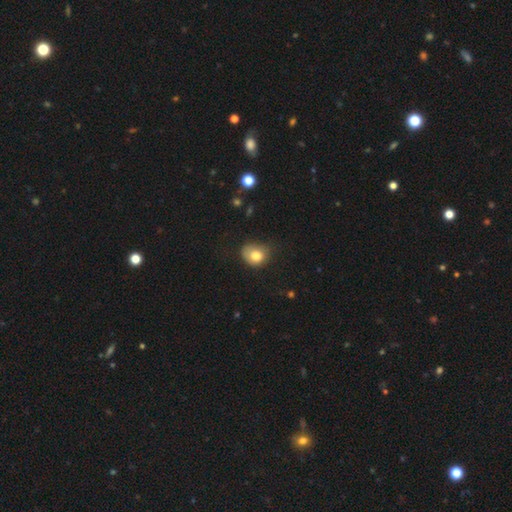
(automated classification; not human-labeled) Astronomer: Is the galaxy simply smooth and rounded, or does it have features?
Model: smooth — 79%.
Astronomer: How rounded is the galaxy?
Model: round — 57% (runner-up: in between, 42%).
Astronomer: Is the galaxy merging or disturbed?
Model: none — 45% (runner-up: minor disturbance, 37%).